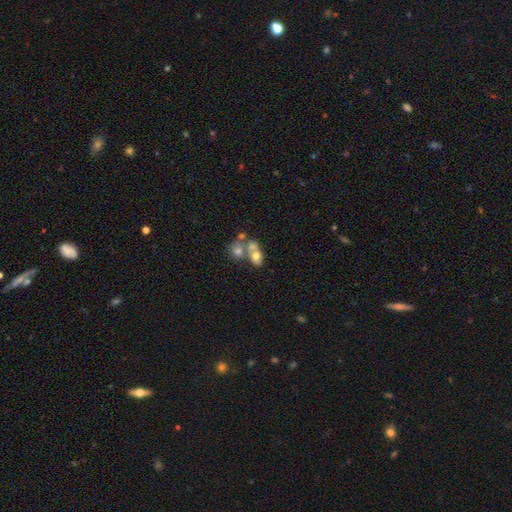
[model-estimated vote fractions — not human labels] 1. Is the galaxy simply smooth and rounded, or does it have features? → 61% smooth, 27% featured or disk, 11% star or artifact.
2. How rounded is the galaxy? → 65% in between, 32% round, 2% cigar-shaped.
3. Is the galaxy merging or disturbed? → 59% merger, 25% none, 9% minor disturbance, 7% major disturbance.